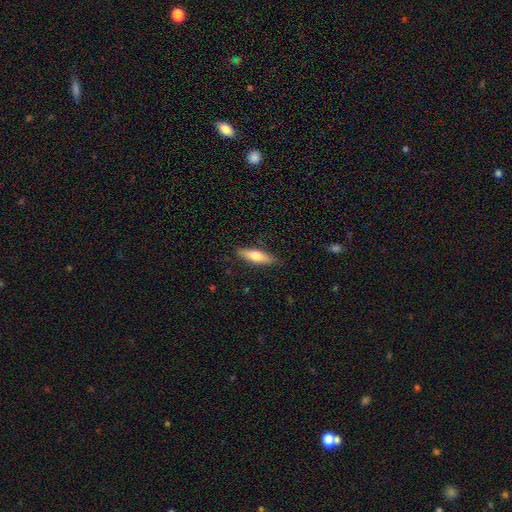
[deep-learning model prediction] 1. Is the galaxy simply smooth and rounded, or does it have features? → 64% smooth, 30% featured or disk, 6% star or artifact.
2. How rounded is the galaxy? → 65% cigar-shaped, 33% in between, 2% round.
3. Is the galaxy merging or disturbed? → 86% none, 10% minor disturbance, 2% major disturbance, 1% merger.